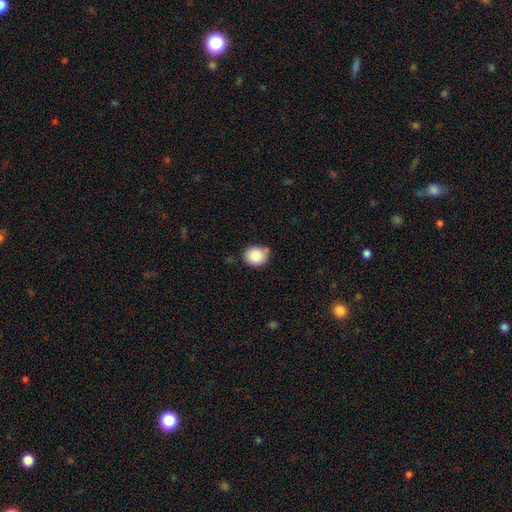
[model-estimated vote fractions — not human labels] Q: Smooth or featured?
A: smooth (87%); runner-up: star or artifact (8%)
Q: How rounded?
A: round (75%); runner-up: in between (24%)
Q: Merging?
A: none (73%); runner-up: minor disturbance (18%)